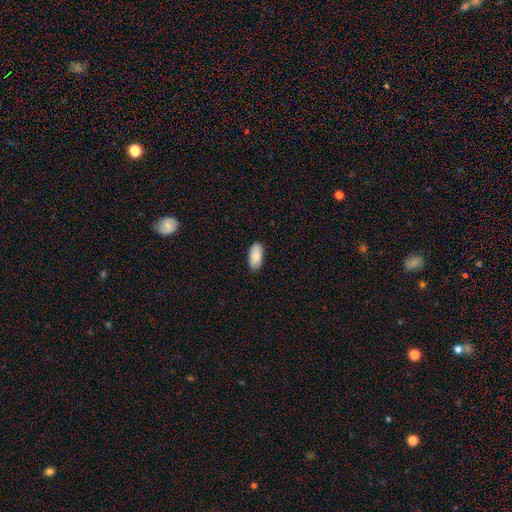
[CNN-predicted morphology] This is clearly a smooth galaxy (86%). How rounded: clearly in between (92%). Merging: clearly none (85%).